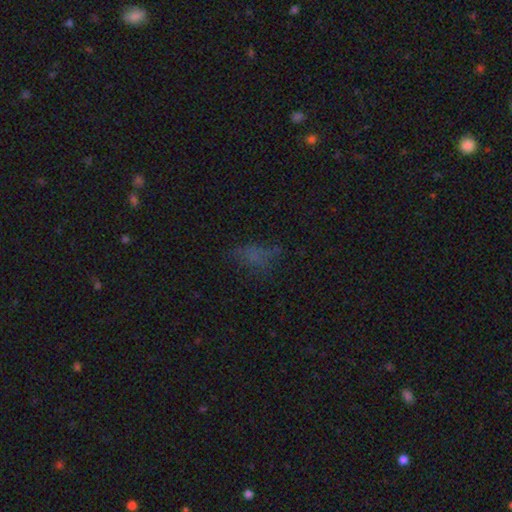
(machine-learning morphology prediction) type=smooth (52%); roundness=in between (76%); merging=none (53%).